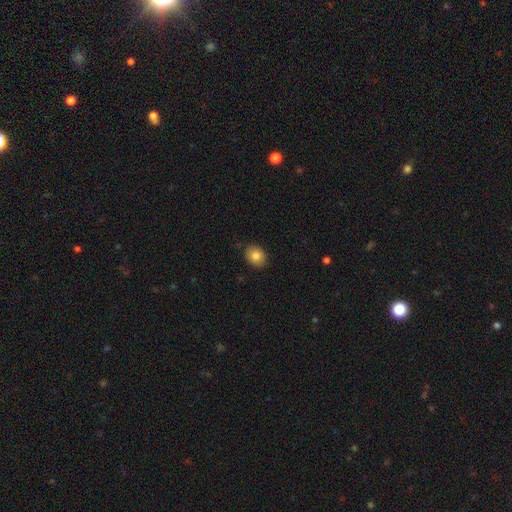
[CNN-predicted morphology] A smooth galaxy with no disk features (83%) that is in between round and cigar-shaped (50%). Merging: none (85%).